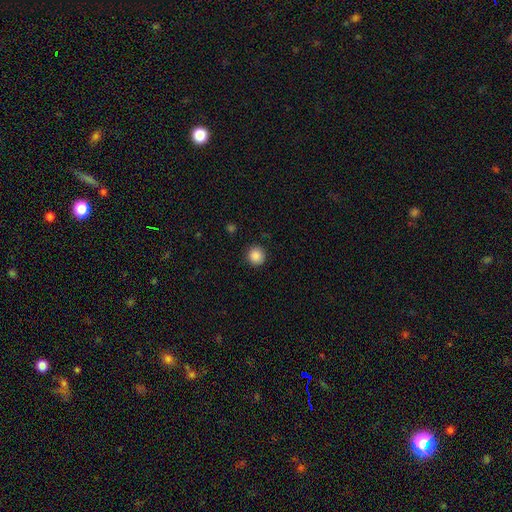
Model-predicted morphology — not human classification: The model was most divided on "smooth or featured": smooth: 87%, star or artifact: 10%, featured or disk: 3%. More confident: how rounded — round (93%); merging — none (91%).